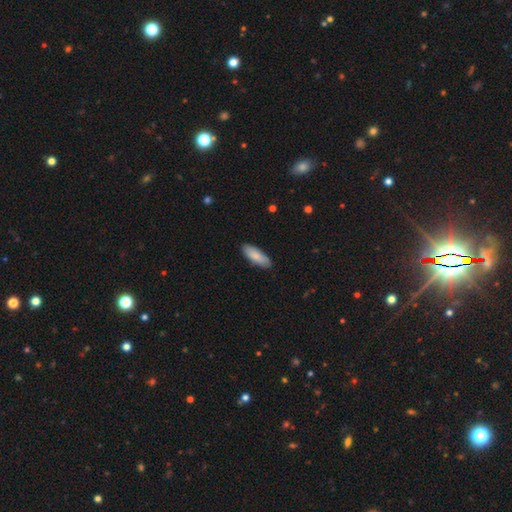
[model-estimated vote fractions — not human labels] Q: Smooth or featured?
A: smooth (85%); runner-up: featured or disk (10%)
Q: How rounded?
A: in between (65%); runner-up: cigar-shaped (34%)
Q: Merging?
A: none (87%); runner-up: minor disturbance (10%)